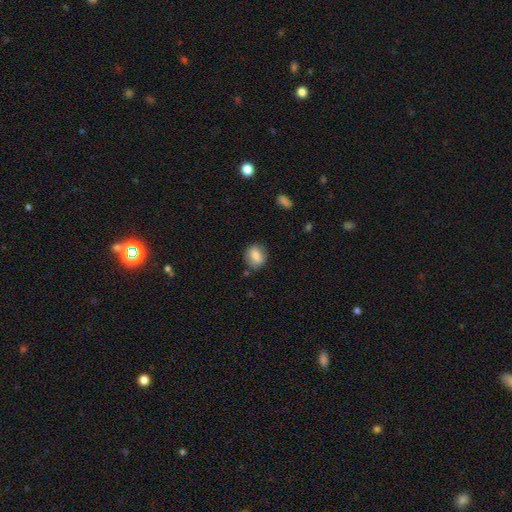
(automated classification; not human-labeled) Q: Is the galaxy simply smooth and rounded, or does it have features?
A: smooth — 77%.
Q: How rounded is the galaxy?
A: round — 61%.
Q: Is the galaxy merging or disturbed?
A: none — 80%.